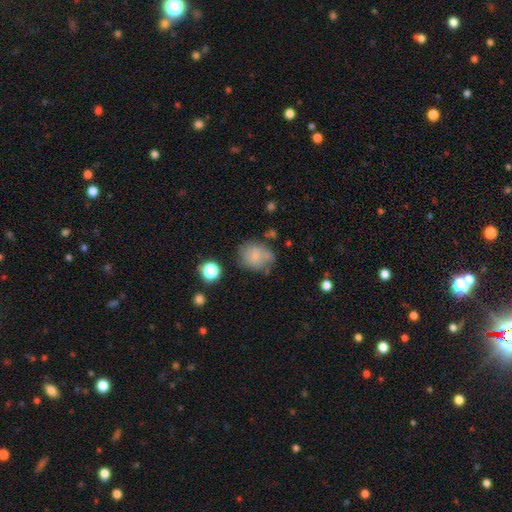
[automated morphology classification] Q: Smooth or featured?
A: smooth (68%); runner-up: featured or disk (21%)
Q: How rounded?
A: round (54%); runner-up: in between (45%)
Q: Merging?
A: none (57%); runner-up: minor disturbance (25%)